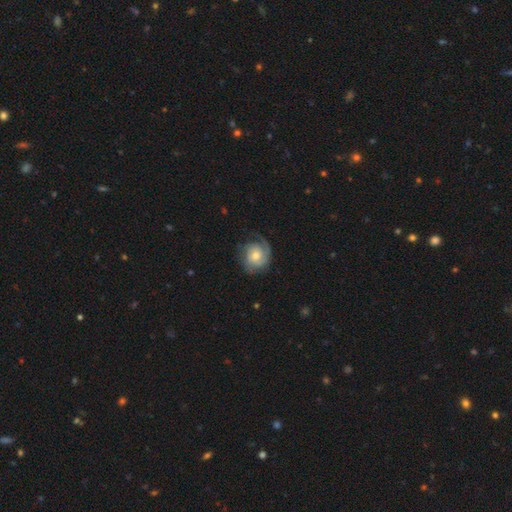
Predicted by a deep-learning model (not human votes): Smooth or featured: featured or disk — 70% (smooth — 25%)
Edge-on disk: no — 97% (yes — 3%)
Bar: no — 73% (weak — 24%)
Spiral arms: yes — 92% (no — 8%)
Spiral winding: tight — 54% (medium — 32%)
Spiral arm count: 2 — 33% (1 — 29%)
Bulge size: moderate — 56% (small — 34%)
Merging: none — 66% (minor disturbance — 20%)